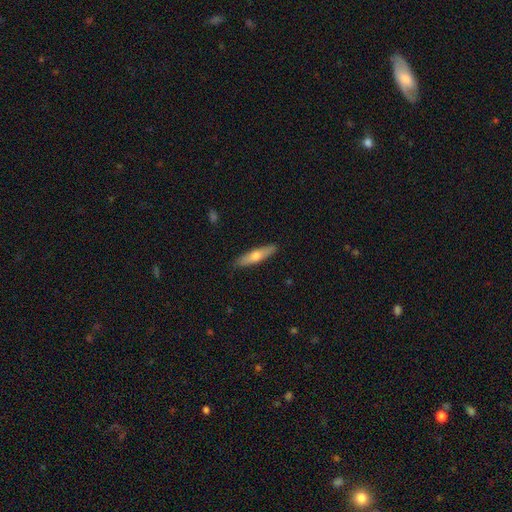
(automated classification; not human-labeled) Smooth or featured?
  - smooth: 54% *
  - featured or disk: 40%
  - star or artifact: 6%
How rounded?
  - cigar-shaped: 79% *
  - in between: 19%
  - round: 2%
Merging?
  - none: 90% *
  - minor disturbance: 8%
  - major disturbance: 2%
  - merger: 1%